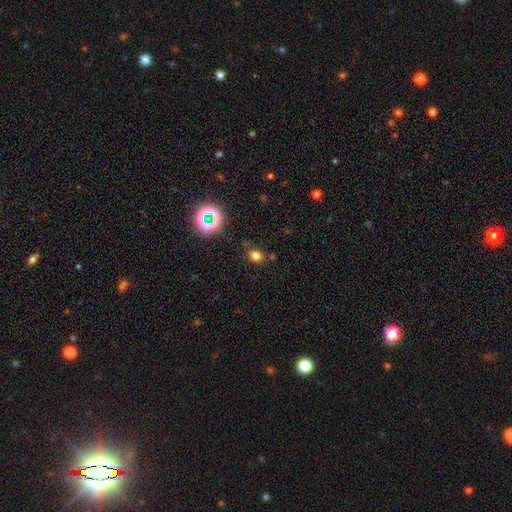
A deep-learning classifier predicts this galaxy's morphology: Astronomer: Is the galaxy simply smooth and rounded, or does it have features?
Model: smooth — 72%.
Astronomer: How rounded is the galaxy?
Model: round — 62%.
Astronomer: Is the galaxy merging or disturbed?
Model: none — 80%.